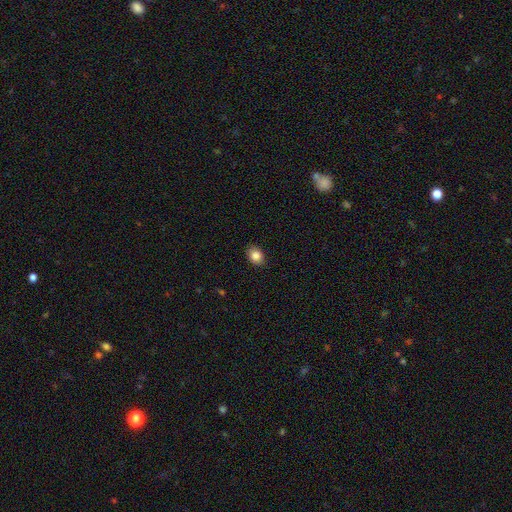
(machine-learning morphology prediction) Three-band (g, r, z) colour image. It shows a smooth galaxy with no disk features (85%) that is in between round and cigar-shaped (58%). Merging: none (88%).